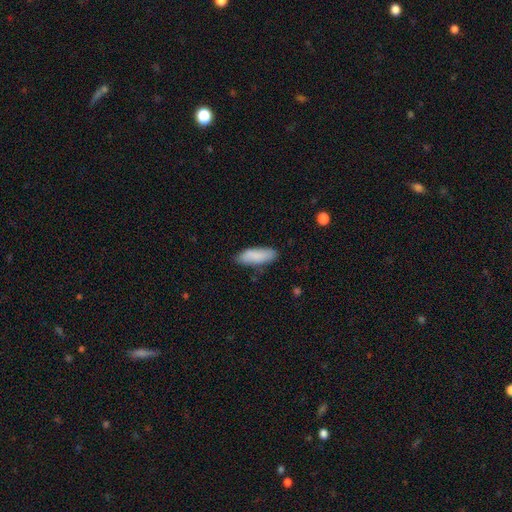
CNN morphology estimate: This appears to be a smooth galaxy with no disk features (87%) that is in between round and cigar-shaped (65%). Merging: none (80%).